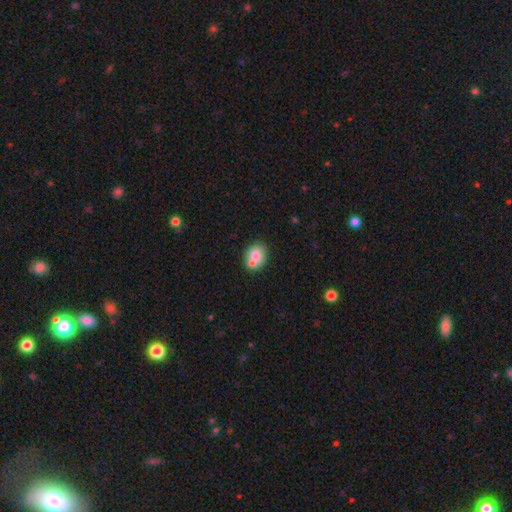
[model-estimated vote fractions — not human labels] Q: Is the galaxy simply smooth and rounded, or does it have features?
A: smooth — 77%.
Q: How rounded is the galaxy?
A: round — 59%.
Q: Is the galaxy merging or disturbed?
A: none — 54%.